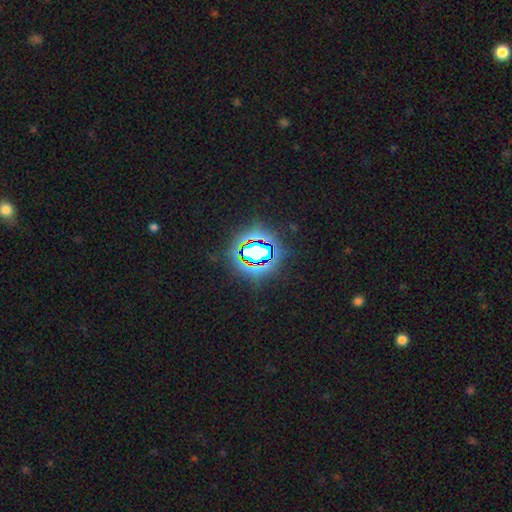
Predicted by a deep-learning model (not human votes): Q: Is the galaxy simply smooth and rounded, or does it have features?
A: star or artifact — 83%.